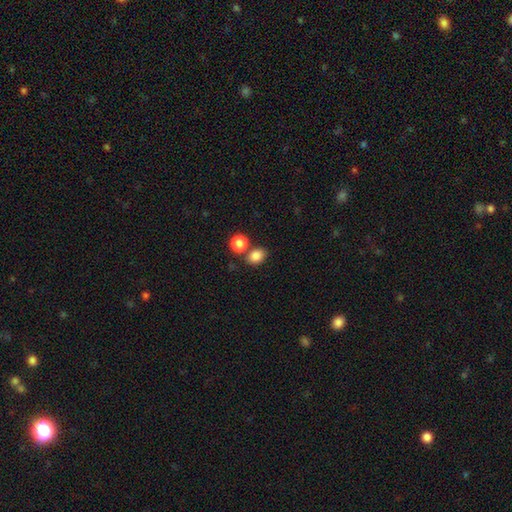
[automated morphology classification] smooth 85%, star or artifact 10%, featured or disk 5%. Down the decision tree: how rounded — in between (56%); merging — none (65%).